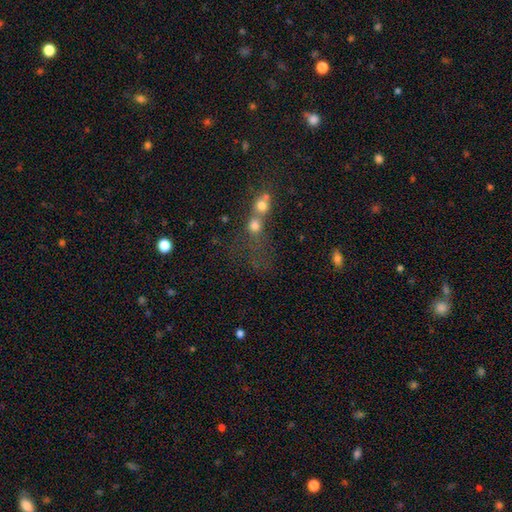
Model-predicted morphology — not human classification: Smooth or featured? smooth (44%)
Merging? merger (52%)